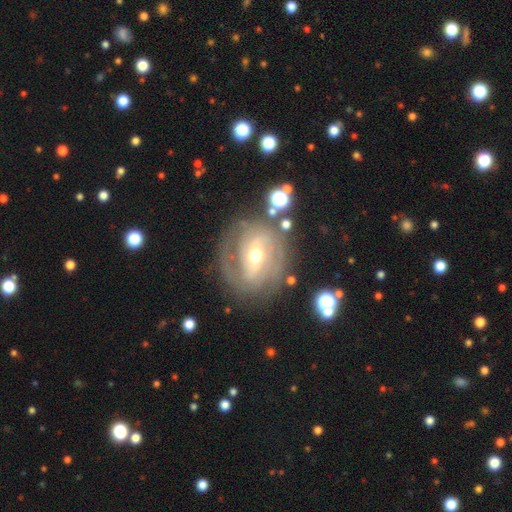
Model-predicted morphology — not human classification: Smooth or featured: featured or disk — 81% (smooth — 12%)
Edge-on disk: no — 95% (yes — 5%)
Bar: weak — 40% (strong — 36%)
Spiral arms: yes — 84% (no — 16%)
Spiral winding: tight — 54% (medium — 35%)
Spiral arm count: 2 — 50% (can't tell — 27%)
Bulge size: moderate — 51% (small — 45%)
Merging: none — 73% (minor disturbance — 15%)